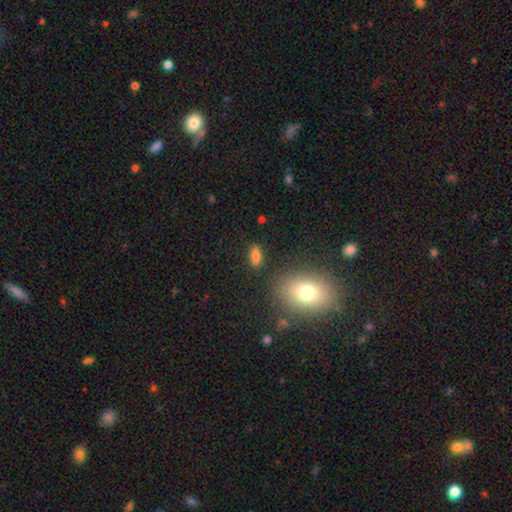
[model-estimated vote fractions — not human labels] smooth-or-featured: smooth: 80% | star or artifact: 11% | featured or disk: 8%
  how-rounded: in between: 76% | cigar-shaped: 17% | round: 7%
  merging: none: 82% | minor disturbance: 11% | major disturbance: 3% | merger: 3%